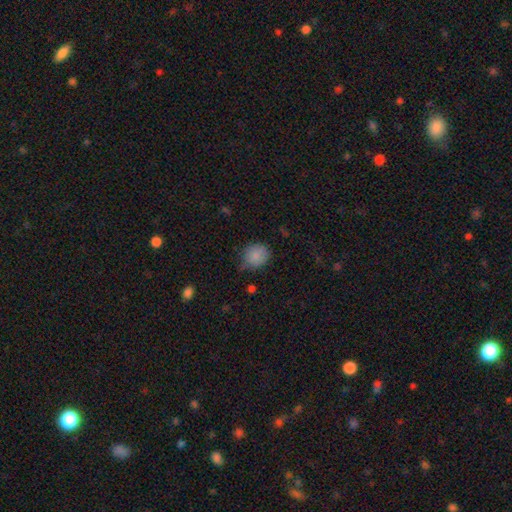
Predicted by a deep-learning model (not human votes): smooth 86%, star or artifact 9%, featured or disk 6%. Down the decision tree: how rounded — round (74%); merging — none (65%).